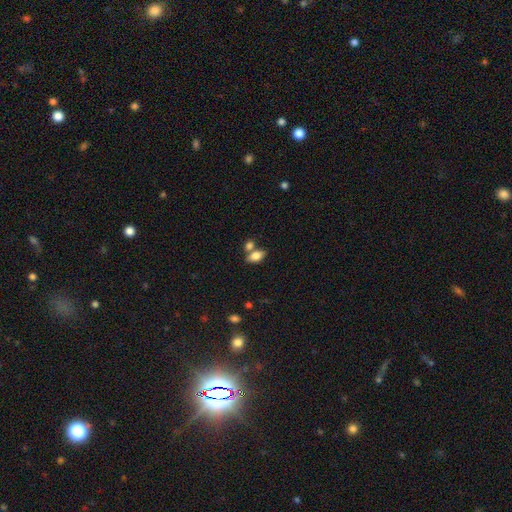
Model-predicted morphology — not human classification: Smooth or featured? smooth (81%)
How rounded? in between (88%)
Merging? none (52%)